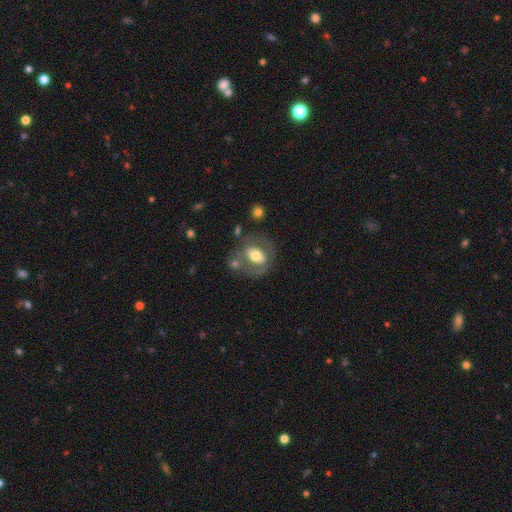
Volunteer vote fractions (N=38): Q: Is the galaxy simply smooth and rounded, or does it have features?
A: smooth — 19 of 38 (50%).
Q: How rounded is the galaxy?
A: in between — 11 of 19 (58%).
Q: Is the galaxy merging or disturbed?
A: none — 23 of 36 (64%).